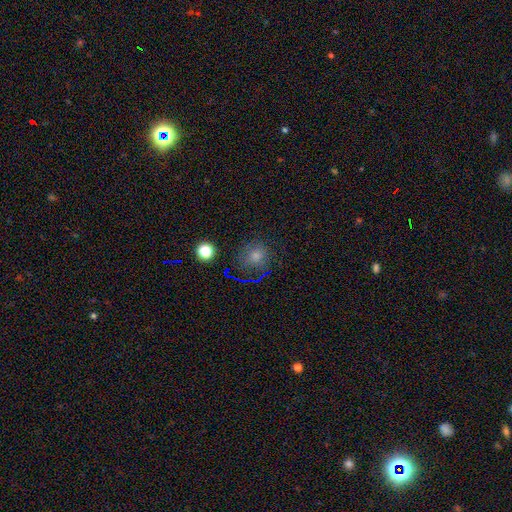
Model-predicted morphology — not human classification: smooth 57%, star or artifact 26%, featured or disk 16%. Down the decision tree: how rounded — round (84%); merging — none (74%).